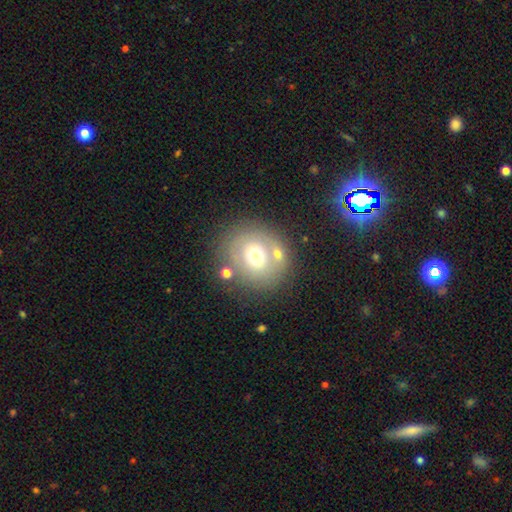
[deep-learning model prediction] Smooth or featured?
  - smooth: 58% *
  - featured or disk: 31%
  - star or artifact: 12%
How rounded?
  - round: 82% *
  - in between: 18%
  - cigar-shaped: 1%
Merging?
  - none: 70% *
  - minor disturbance: 13%
  - merger: 11%
  - major disturbance: 7%